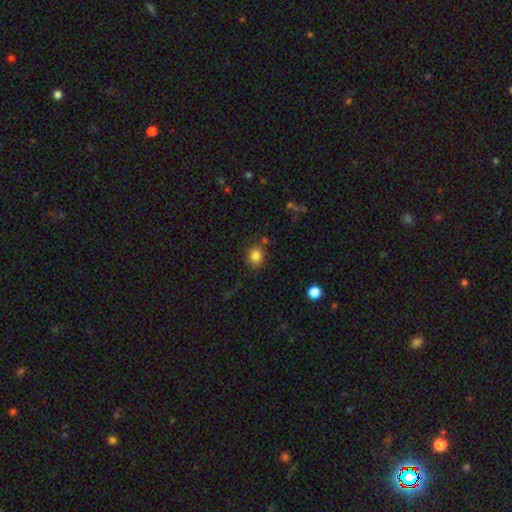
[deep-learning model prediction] A smooth galaxy with no disk features (83%) that is round (64%).

Vote fractions:
- Smooth or featured? smooth: 83% / star or artifact: 11% / featured or disk: 6%
- How rounded? round: 64% / in between: 35% / cigar-shaped: 1%
- Merging? none: 80% / minor disturbance: 12% / merger: 4% / major disturbance: 3%